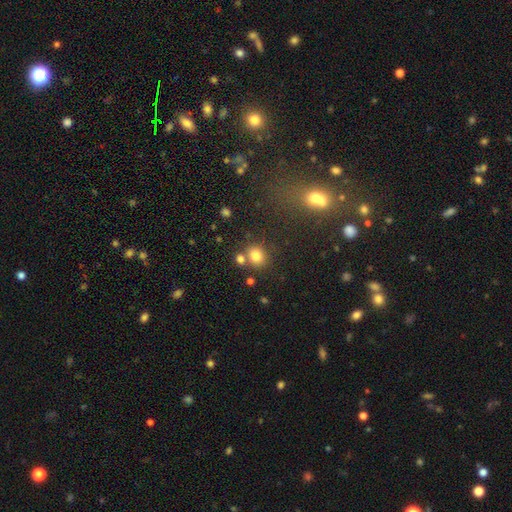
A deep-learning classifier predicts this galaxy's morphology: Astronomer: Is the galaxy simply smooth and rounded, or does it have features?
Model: smooth — 79%.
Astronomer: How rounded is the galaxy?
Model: round — 77%.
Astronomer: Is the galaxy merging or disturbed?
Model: none — 67%.